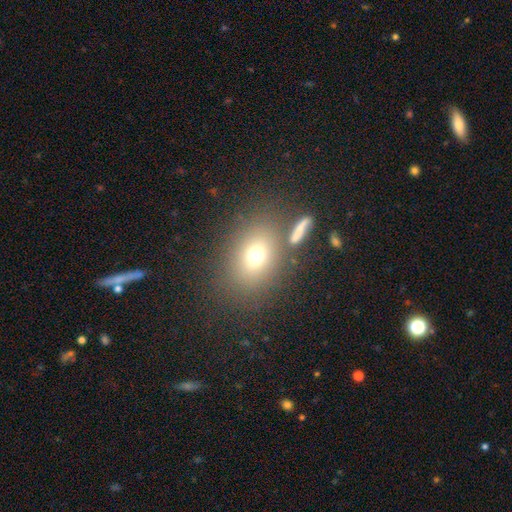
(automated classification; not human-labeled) Overall: smooth (70%). How rounded: in between (62%; round 36%). Merging: none (73%).